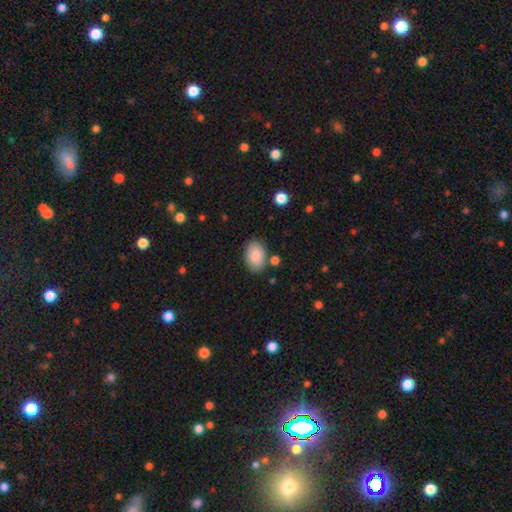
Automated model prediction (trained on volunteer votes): The model was most divided on "merging": none: 81%, minor disturbance: 11%, merger: 4%, major disturbance: 3%. More confident: how rounded — in between (89%); smooth or featured — smooth (87%).